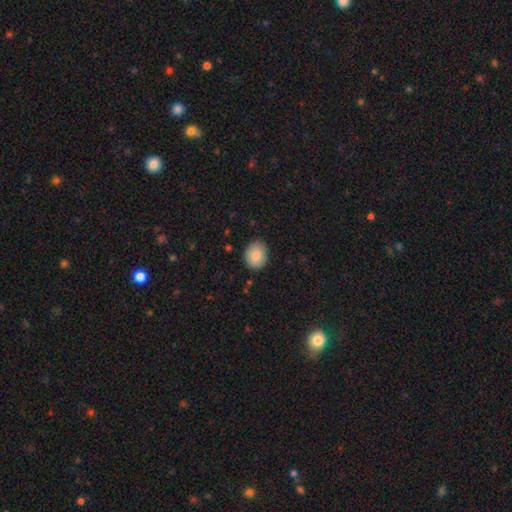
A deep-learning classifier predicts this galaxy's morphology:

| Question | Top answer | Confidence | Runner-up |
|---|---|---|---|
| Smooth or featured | smooth | 82% | featured or disk (10%) |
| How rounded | round | 55% | in between (44%) |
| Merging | none | 84% | minor disturbance (12%) |